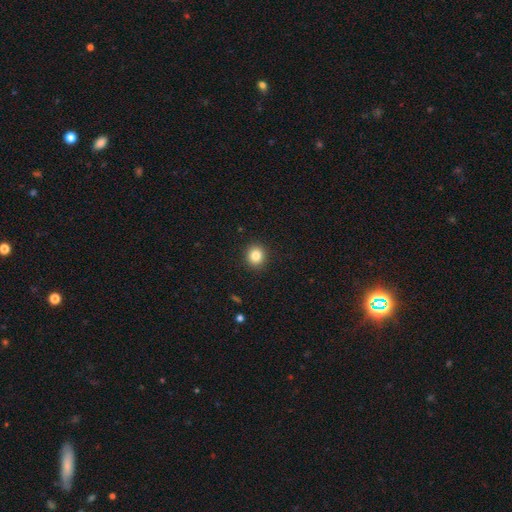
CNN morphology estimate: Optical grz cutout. It shows a smooth galaxy with no disk features (84%) that is round (86%). Merging: none (92%).